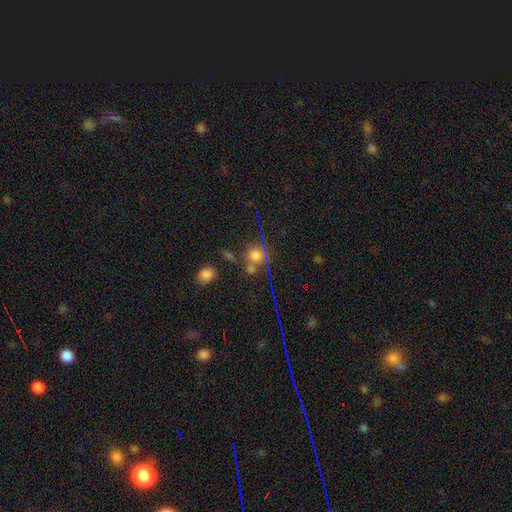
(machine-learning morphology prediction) The model was most divided on "smooth or featured": smooth: 55%, star or artifact: 33%, featured or disk: 12%. More confident: how rounded — round (87%); merging — none (62%).